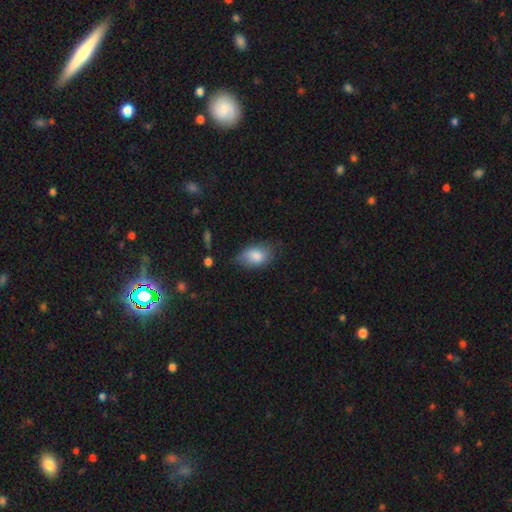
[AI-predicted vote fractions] smooth_or_featured: smooth (p=0.83) [alt: featured or disk p=0.10]
how_rounded: in between (p=0.89) [alt: round p=0.09]
merging: none (p=0.61) [alt: minor disturbance p=0.30]